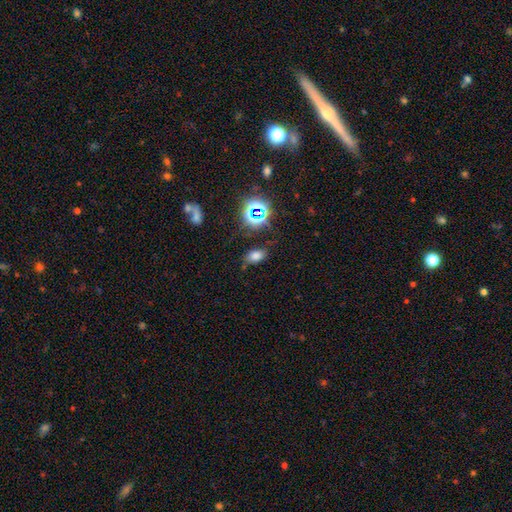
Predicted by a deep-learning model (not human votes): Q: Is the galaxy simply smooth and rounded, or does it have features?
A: smooth — 68%.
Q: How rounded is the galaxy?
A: in between — 88%.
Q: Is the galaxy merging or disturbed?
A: none — 75%.